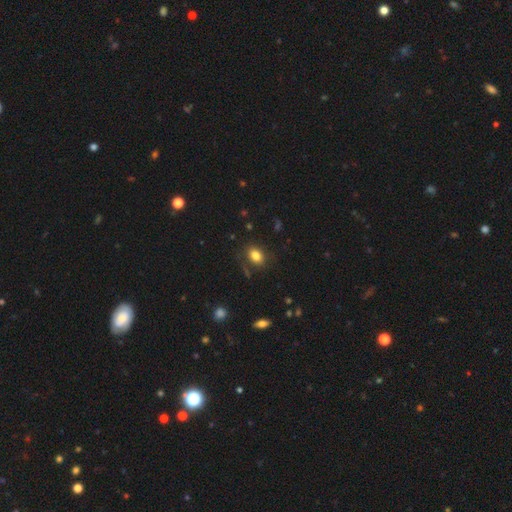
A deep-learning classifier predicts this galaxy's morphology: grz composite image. It shows a smooth galaxy with no disk features (81%) that is in between round and cigar-shaped (74%). Merging: none (80%).